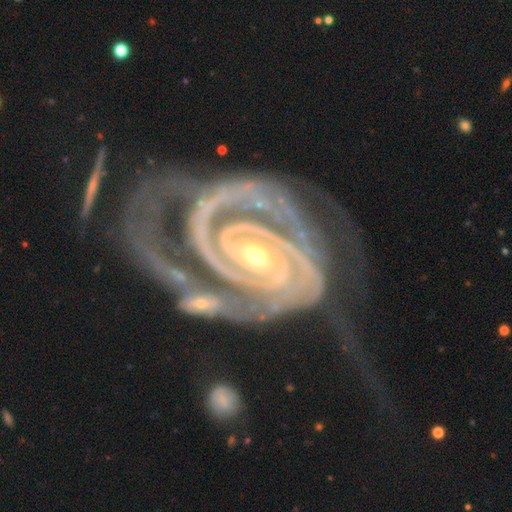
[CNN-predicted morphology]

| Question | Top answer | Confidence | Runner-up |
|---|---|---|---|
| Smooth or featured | featured or disk | 93% | star or artifact (4%) |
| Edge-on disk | no | 97% | yes (3%) |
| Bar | no | 37% | strong (32%) |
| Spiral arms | yes | 98% | no (2%) |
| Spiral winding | tight | 78% | medium (18%) |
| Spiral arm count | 2 | 65% | 3 (13%) |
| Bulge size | small | 62% | moderate (34%) |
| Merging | none | 32% | major disturbance (31%) |